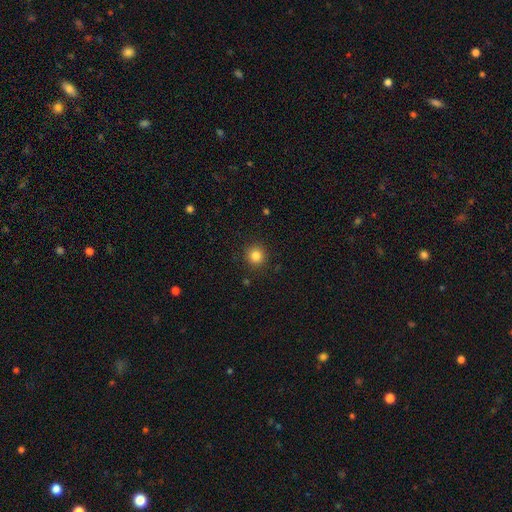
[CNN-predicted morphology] A smooth galaxy with no disk features (83%) that is round (92%).

Vote fractions:
- Smooth or featured? smooth: 83% / star or artifact: 12% / featured or disk: 5%
- How rounded? round: 92% / in between: 7% / cigar-shaped: 1%
- Merging? none: 90% / minor disturbance: 6% / major disturbance: 2% / merger: 1%